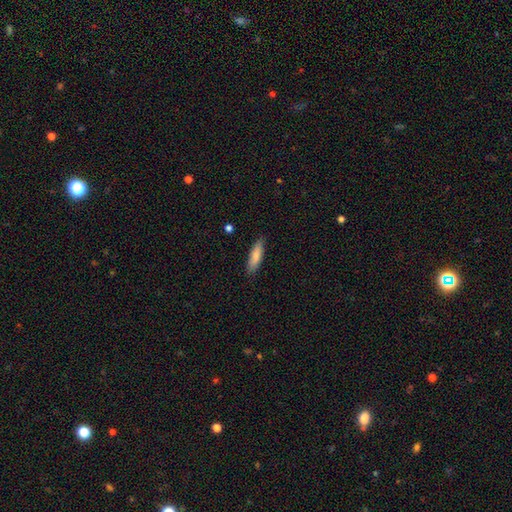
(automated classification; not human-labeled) This is clearly a smooth galaxy (83%). How rounded: likely cigar-shaped (60%). Merging: clearly none (85%).